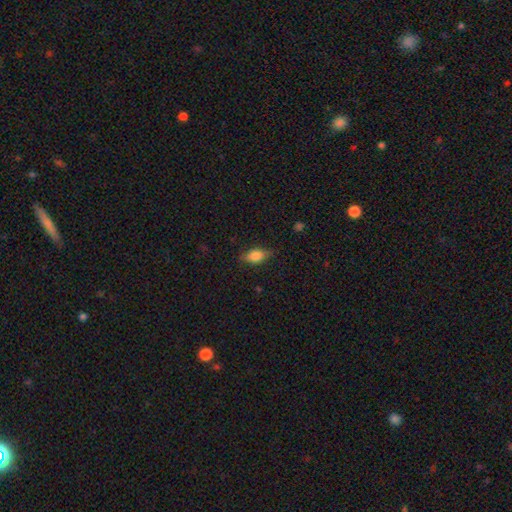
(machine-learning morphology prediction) Smooth or featured? smooth (74%)
How rounded? in between (83%)
Merging? none (77%)